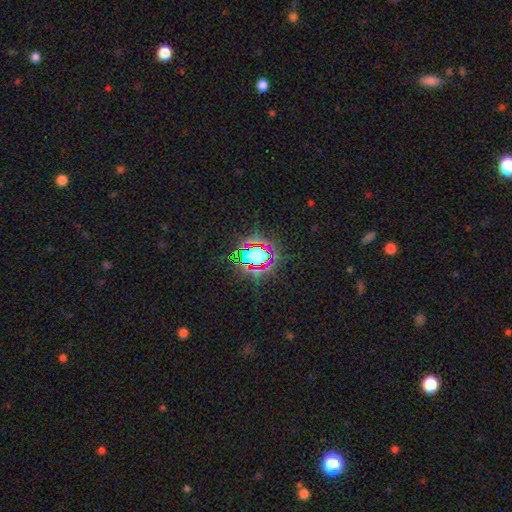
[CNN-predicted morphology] type=star or artifact (67%).